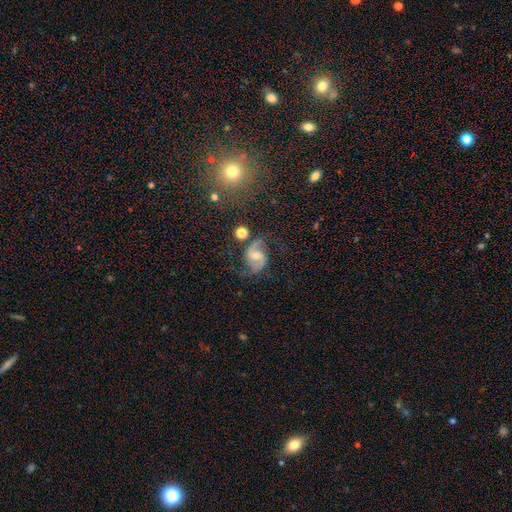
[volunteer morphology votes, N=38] This is clearly a featured or disk galaxy (95%). It is clearly not viewed edge-on (94%). Bar: possibly weak (50%). Spiral arm pattern: clearly yes (100%). Spiral arm count: clearly 2 (100%). Spiral winding: possibly medium (56%). Central bulge: likely moderate (65%). Merging: likely none (68%).